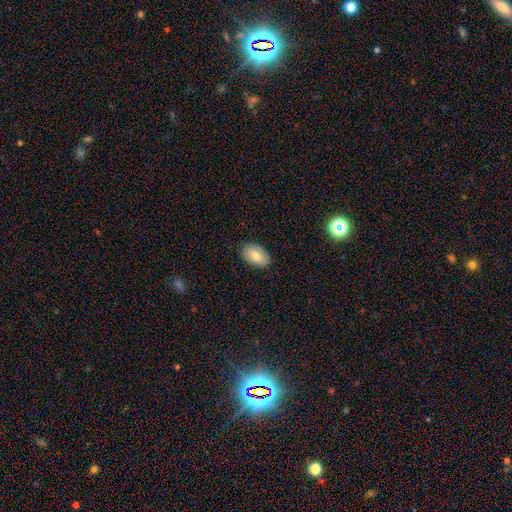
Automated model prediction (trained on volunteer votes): A smooth galaxy with no disk features (72%) that is in between round and cigar-shaped (93%).

Vote fractions:
- Smooth or featured? smooth: 72% / featured or disk: 21% / star or artifact: 7%
- How rounded? in between: 93% / round: 5% / cigar-shaped: 1%
- Merging? none: 86% / minor disturbance: 11% / major disturbance: 2% / merger: 1%